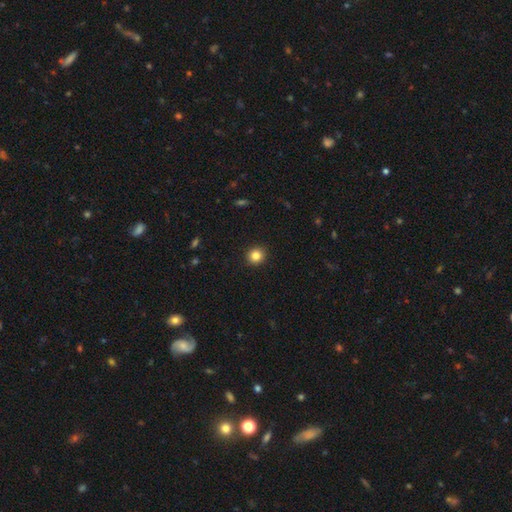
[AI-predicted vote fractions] Smooth or featured? smooth (84%)
How rounded? round (91%)
Merging? none (93%)